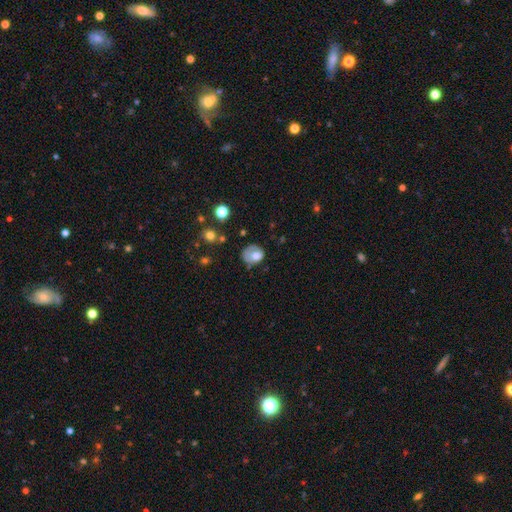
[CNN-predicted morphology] smooth_or_featured: smooth (p=0.68) [alt: featured or disk p=0.22]
how_rounded: round (p=0.56) [alt: in between p=0.43]
merging: none (p=0.38) [alt: minor disturbance p=0.32]